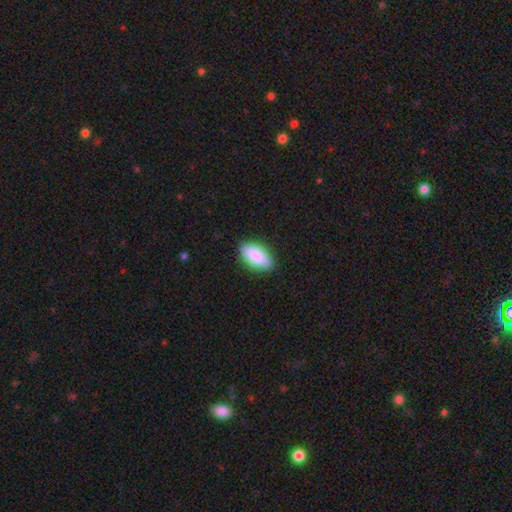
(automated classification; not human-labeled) This appears to be a smooth galaxy with no disk features (86%) that is in between round and cigar-shaped (91%). Merging: none (85%).